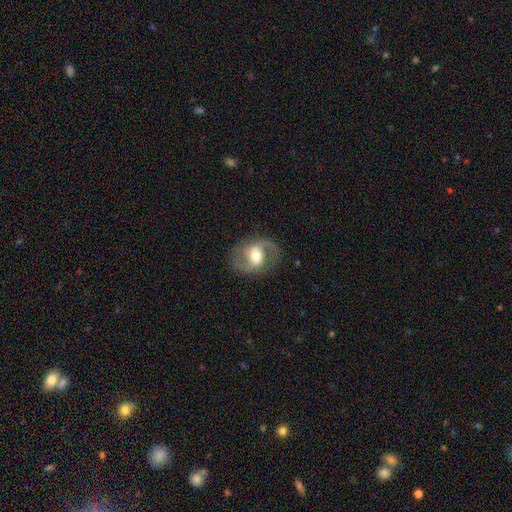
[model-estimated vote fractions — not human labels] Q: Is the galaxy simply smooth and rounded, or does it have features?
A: featured or disk — 79%.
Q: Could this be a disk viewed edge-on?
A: no — 97%.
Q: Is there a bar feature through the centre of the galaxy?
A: weak — 44%.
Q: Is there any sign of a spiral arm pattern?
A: yes — 88%.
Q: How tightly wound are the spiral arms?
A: medium — 54%.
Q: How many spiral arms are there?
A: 2 — 90%.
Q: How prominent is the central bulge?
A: moderate — 64%.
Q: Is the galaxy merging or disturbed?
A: none — 81%.